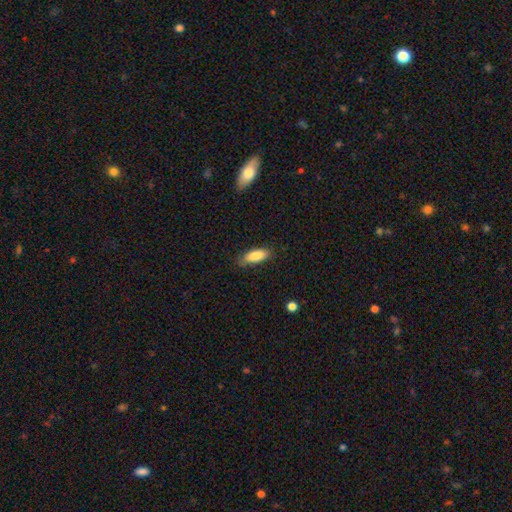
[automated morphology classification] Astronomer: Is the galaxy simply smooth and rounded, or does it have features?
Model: smooth — 85%.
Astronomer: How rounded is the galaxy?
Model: in between — 68%.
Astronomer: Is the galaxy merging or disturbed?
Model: none — 77%.